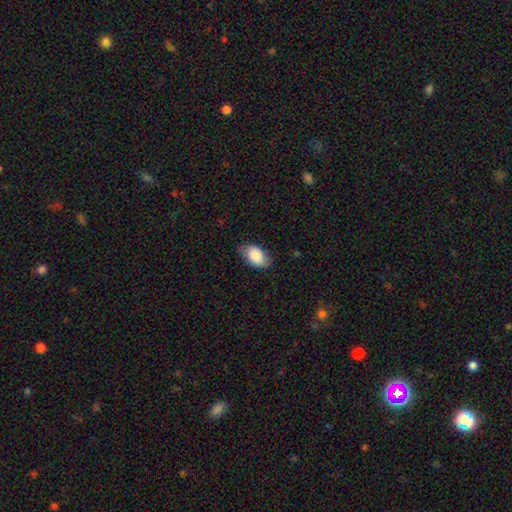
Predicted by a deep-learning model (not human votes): Smooth or featured? smooth (86%)
How rounded? in between (92%)
Merging? none (73%)